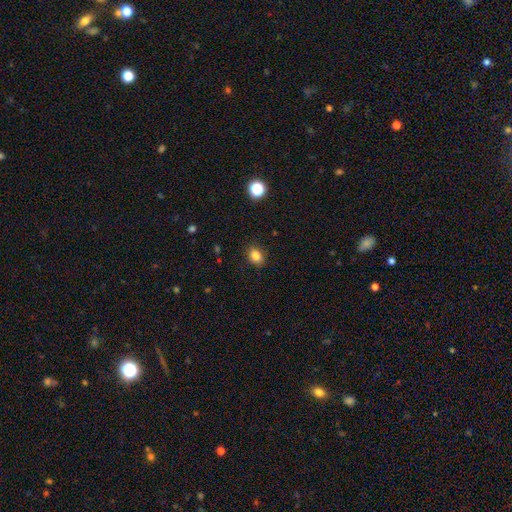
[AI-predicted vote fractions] This appears to be a smooth galaxy with no disk features (84%) that is in between round and cigar-shaped (60%). Merging: none (88%).